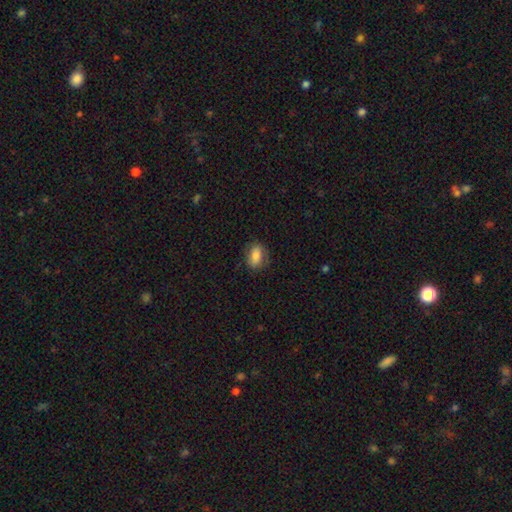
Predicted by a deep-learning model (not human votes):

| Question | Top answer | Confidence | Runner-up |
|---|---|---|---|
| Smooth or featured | smooth | 76% | featured or disk (16%) |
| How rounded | in between | 83% | round (14%) |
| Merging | none | 76% | minor disturbance (17%) |